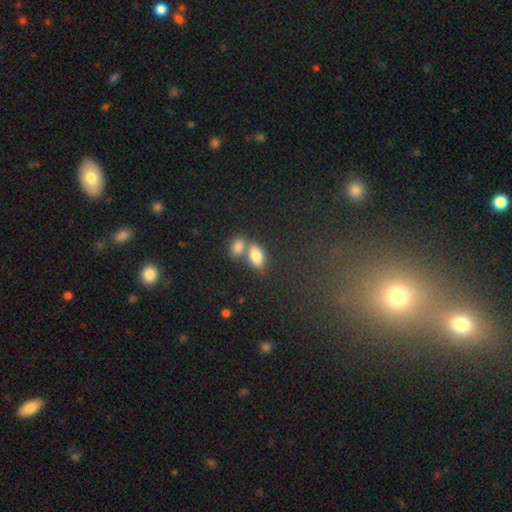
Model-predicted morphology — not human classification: A smooth galaxy with no disk features (80%) that is in between round and cigar-shaped (89%).

Vote fractions:
- Smooth or featured? smooth: 80% / featured or disk: 11% / star or artifact: 10%
- How rounded? in between: 89% / round: 9% / cigar-shaped: 3%
- Merging? merger: 54% / none: 34% / minor disturbance: 9% / major disturbance: 4%